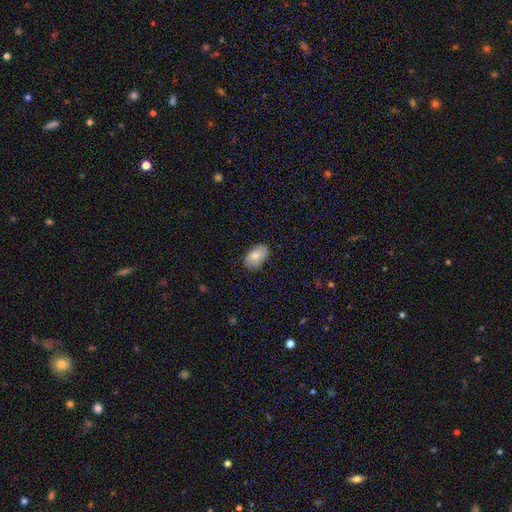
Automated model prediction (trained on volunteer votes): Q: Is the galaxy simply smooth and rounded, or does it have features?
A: smooth — 78%.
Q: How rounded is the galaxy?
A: in between — 92%.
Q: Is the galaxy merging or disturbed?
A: none — 81%.